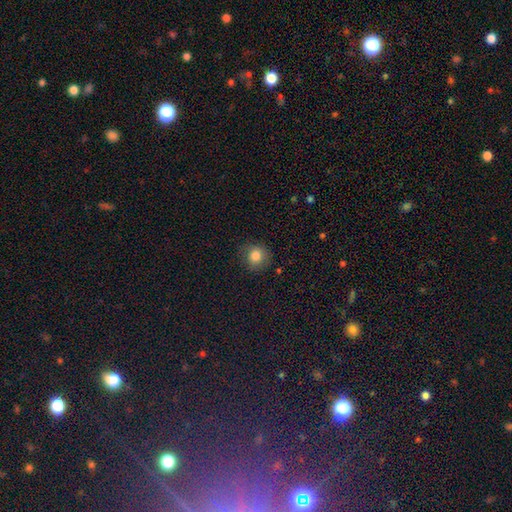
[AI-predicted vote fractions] This appears to be a smooth galaxy with no disk features (82%) that is round (88%). Merging: none (81%).